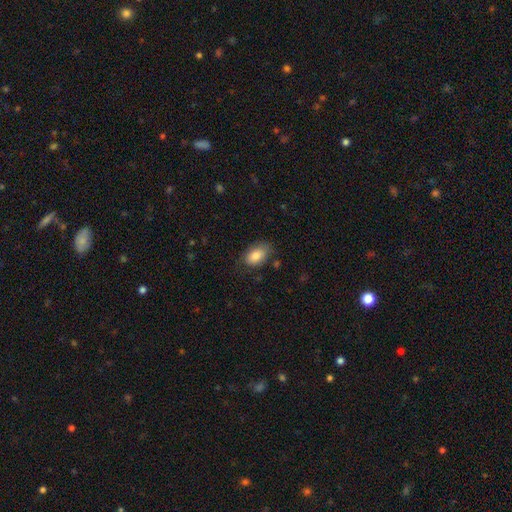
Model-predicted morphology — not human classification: Smooth or featured? smooth (84%)
How rounded? in between (91%)
Merging? none (71%)